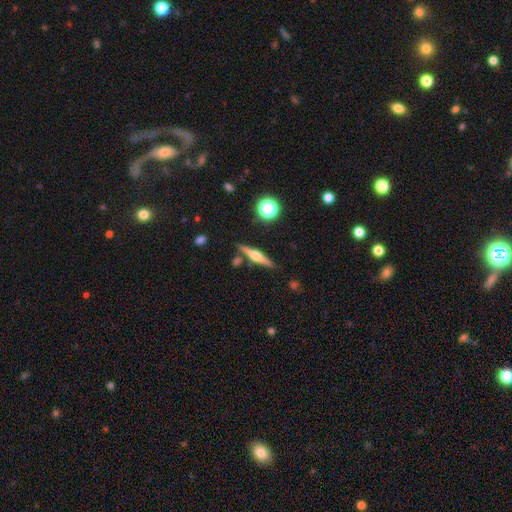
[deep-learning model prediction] smooth-or-featured: featured or disk: 69% | smooth: 24% | star or artifact: 8%
  disk-edge-on: yes: 97% | no: 3%
    edge-on-bulge: rounded: 89% | boxy: 8% | none: 4%
  merging: none: 84% | minor disturbance: 9% | merger: 5% | major disturbance: 2%